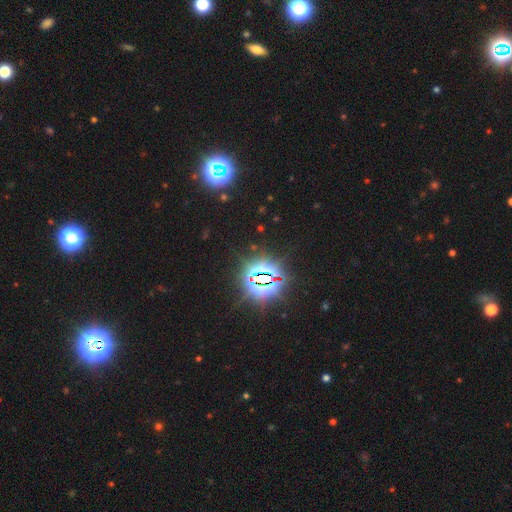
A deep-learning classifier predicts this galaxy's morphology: Overall: star or artifact (84%).